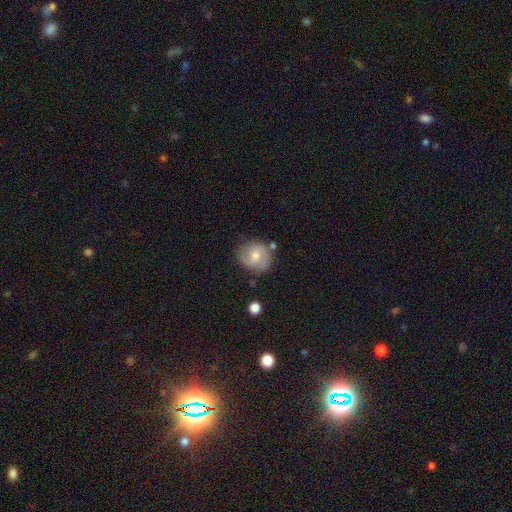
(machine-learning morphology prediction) This is possibly a smooth galaxy (47%). Merging: likely none (71%).